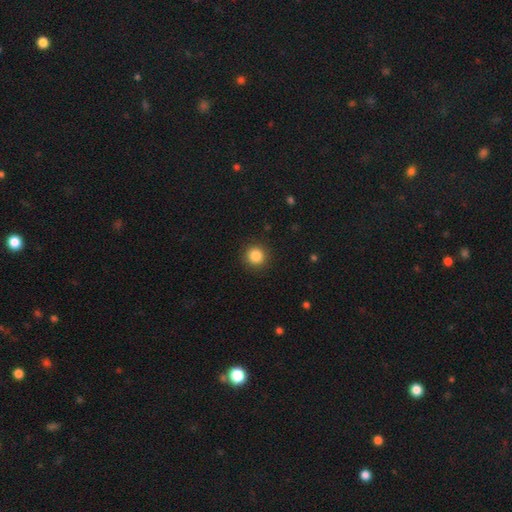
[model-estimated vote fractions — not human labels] Q: Smooth or featured?
A: smooth (86%); runner-up: star or artifact (10%)
Q: How rounded?
A: round (94%); runner-up: in between (5%)
Q: Merging?
A: none (91%); runner-up: minor disturbance (6%)